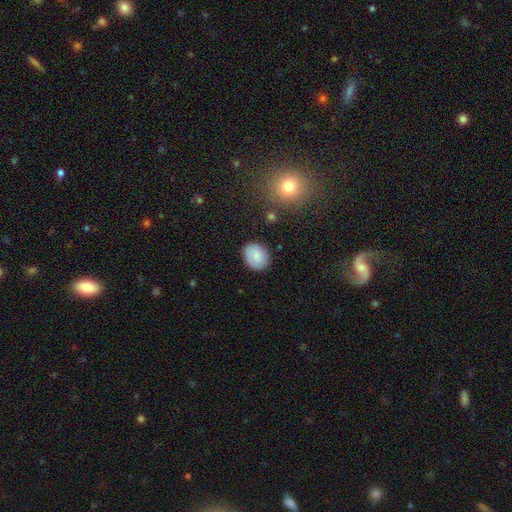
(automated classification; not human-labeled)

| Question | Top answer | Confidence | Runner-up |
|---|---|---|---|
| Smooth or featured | smooth | 81% | featured or disk (12%) |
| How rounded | round | 53% | in between (46%) |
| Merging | none | 83% | minor disturbance (12%) |